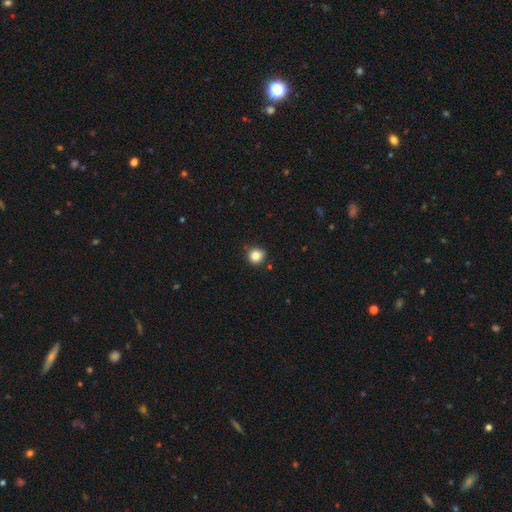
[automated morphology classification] The model was most divided on "merging": none: 85%, minor disturbance: 11%, merger: 2%, major disturbance: 2%. More confident: how rounded — round (89%); smooth or featured — smooth (85%).